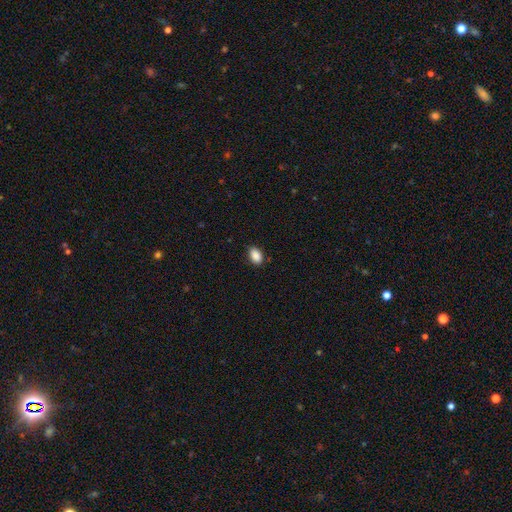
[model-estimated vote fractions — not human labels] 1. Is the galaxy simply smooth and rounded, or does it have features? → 89% smooth, 8% star or artifact, 3% featured or disk.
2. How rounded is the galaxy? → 89% in between, 10% round, 2% cigar-shaped.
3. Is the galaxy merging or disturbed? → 86% none, 10% minor disturbance, 2% major disturbance, 1% merger.